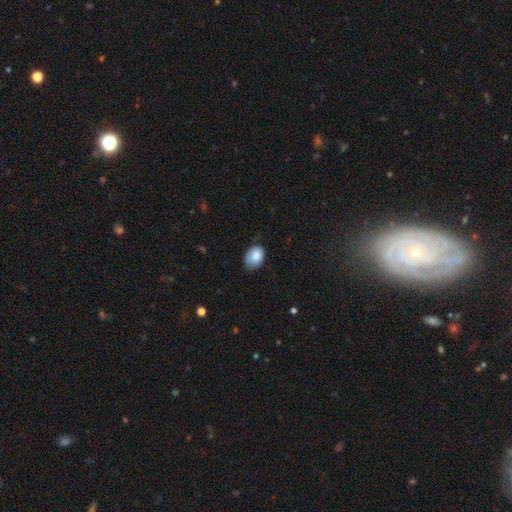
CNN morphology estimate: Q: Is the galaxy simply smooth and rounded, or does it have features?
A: smooth — 82%.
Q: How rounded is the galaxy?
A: in between — 77%.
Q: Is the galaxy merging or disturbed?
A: none — 60%.